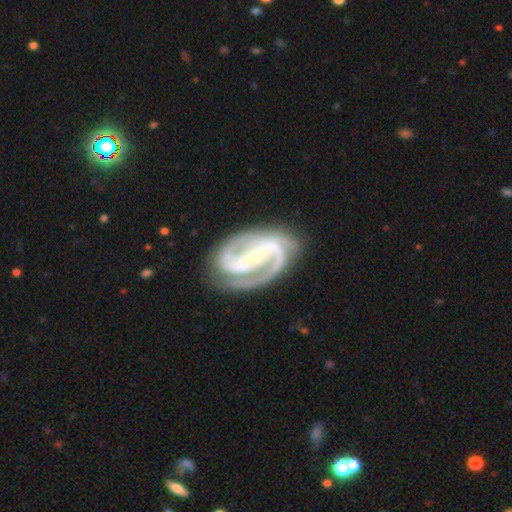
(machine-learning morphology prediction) A featured or disk galaxy (93%) with a strong bar (68%), 2 (89%) medium (51%) spiral arms (98%) and a small central bulge (67%). Merging: none (78%).